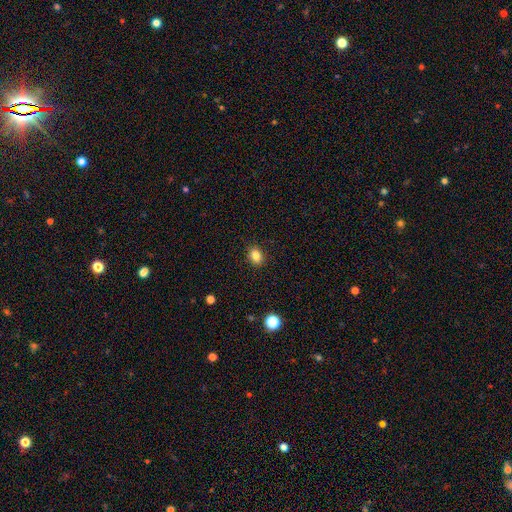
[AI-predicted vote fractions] Q: Smooth or featured?
A: smooth (85%); runner-up: star or artifact (11%)
Q: How rounded?
A: in between (70%); runner-up: round (29%)
Q: Merging?
A: none (88%); runner-up: minor disturbance (9%)